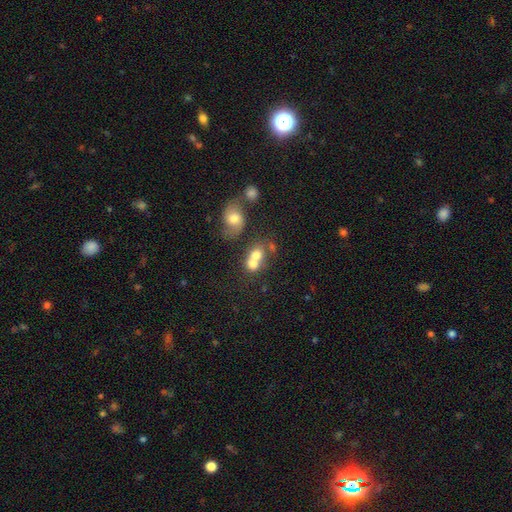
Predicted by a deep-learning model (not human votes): Morphology: type=smooth (68%); roundness=round (56%); merging=merger (61%).